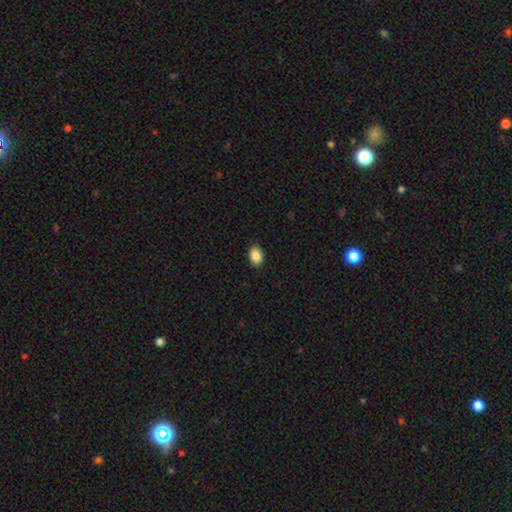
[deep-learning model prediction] This is clearly a smooth galaxy (88%). How rounded: likely in between (76%). Merging: clearly none (89%).